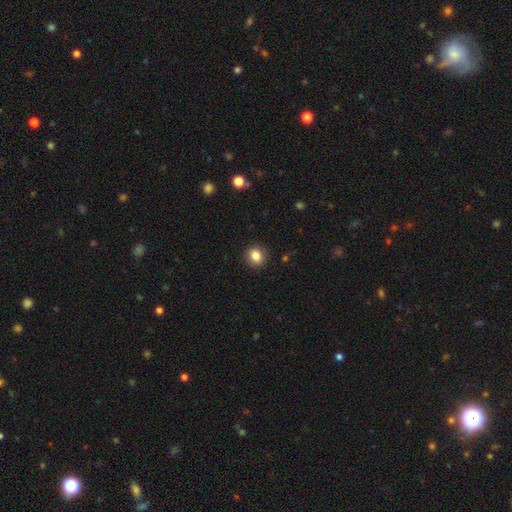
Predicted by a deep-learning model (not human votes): Overall: smooth (84%). How rounded: round (76%). Merging: none (91%).